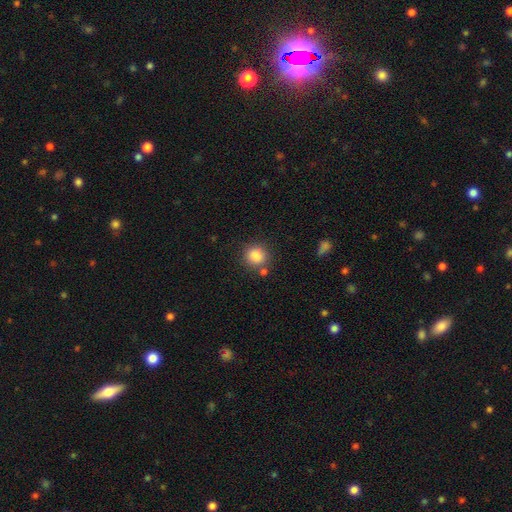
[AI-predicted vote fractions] smooth_or_featured: smooth (p=0.86) [alt: star or artifact p=0.10]
how_rounded: round (p=0.87) [alt: in between p=0.12]
merging: none (p=0.76) [alt: minor disturbance p=0.11]